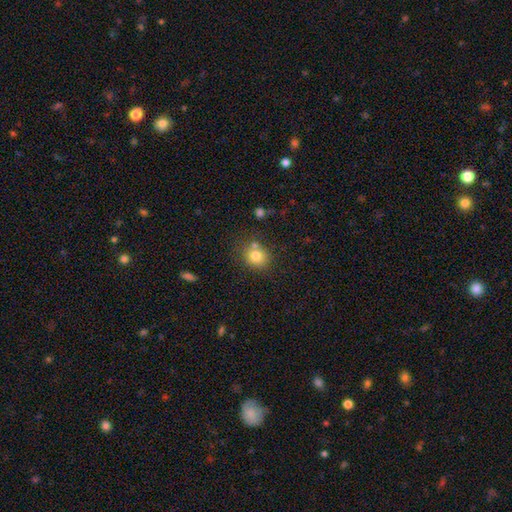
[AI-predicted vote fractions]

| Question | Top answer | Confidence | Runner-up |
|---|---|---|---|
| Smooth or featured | smooth | 79% | star or artifact (12%) |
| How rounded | round | 74% | in between (26%) |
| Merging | none | 66% | merger (16%) |